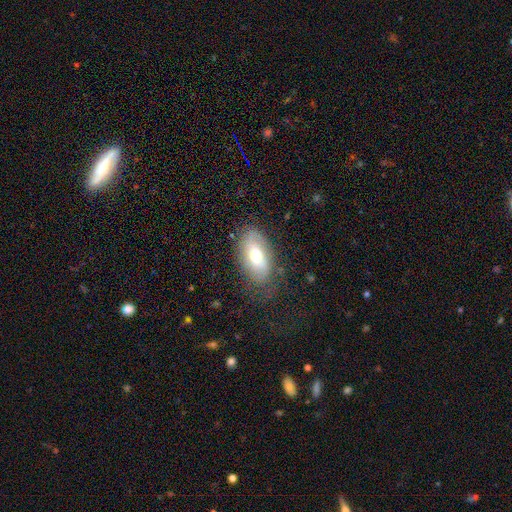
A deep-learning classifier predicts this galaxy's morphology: smooth 62%, featured or disk 30%, star or artifact 8%. Down the decision tree: how rounded — in between (91%); merging — none (70%).